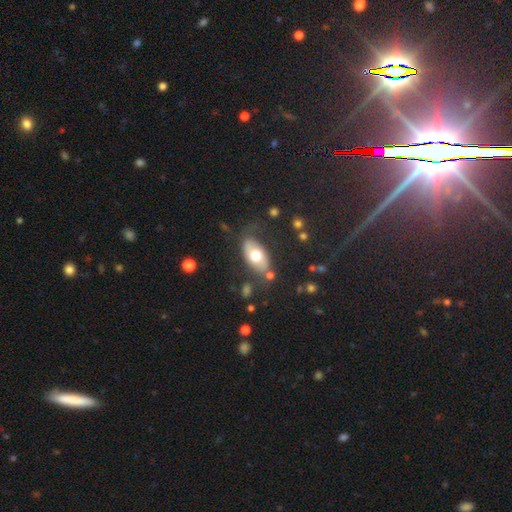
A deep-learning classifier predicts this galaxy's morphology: smooth 59%, featured or disk 35%, star or artifact 6%. Down the decision tree: how rounded — in between (91%); merging — none (67%).